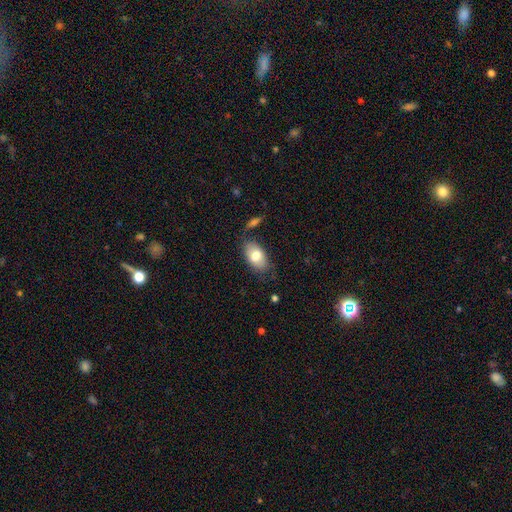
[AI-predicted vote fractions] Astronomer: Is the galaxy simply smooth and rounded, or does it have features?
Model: smooth — 77%.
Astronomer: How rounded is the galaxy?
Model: in between — 92%.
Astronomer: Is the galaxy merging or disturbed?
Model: none — 74%.